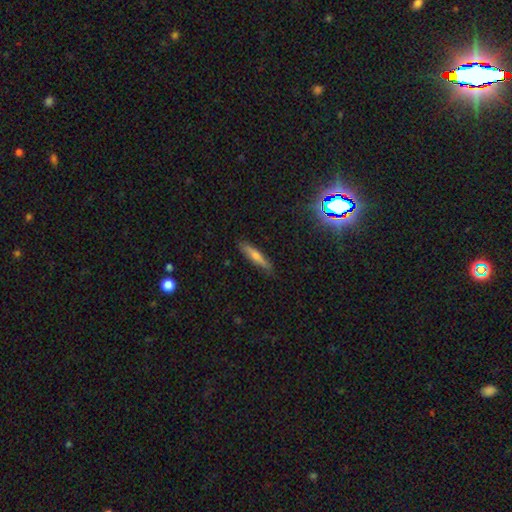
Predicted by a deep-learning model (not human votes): Overall: smooth (58%; featured or disk 32%). How rounded: cigar-shaped (85%). Merging: none (86%).